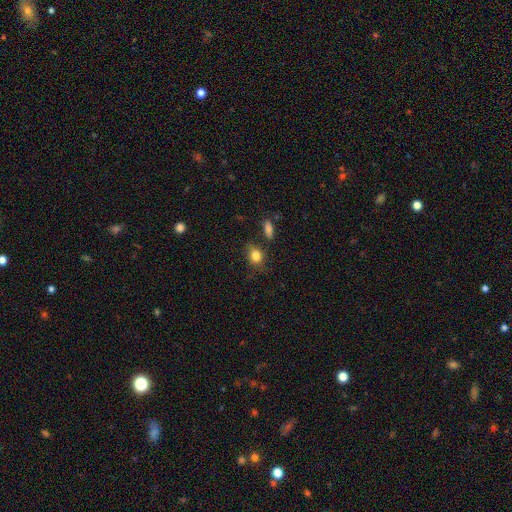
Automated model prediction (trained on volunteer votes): A smooth galaxy with no disk features (83%) that is in between round and cigar-shaped (51%). Merging: none (69%).